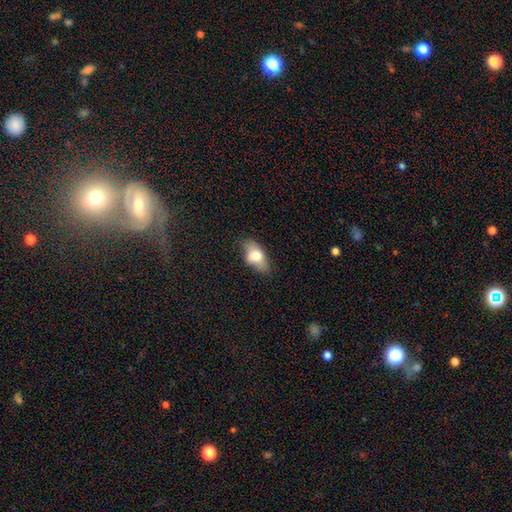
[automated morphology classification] type=smooth (72%); roundness=in between (88%); merging=none (72%).